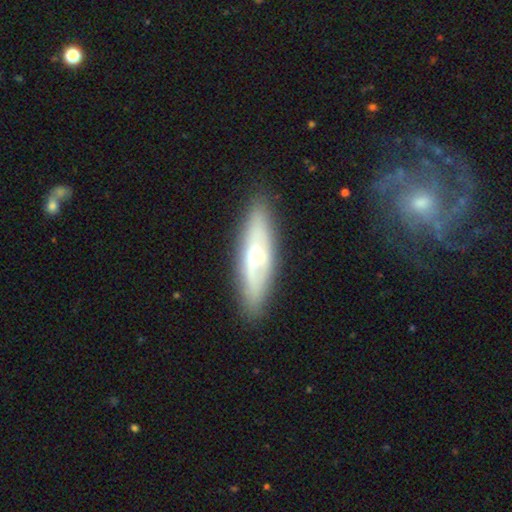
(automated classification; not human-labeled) This appears to be a featured or disk galaxy (60%) with not edge-on (50%, tied with yes). Merging: none (82%).